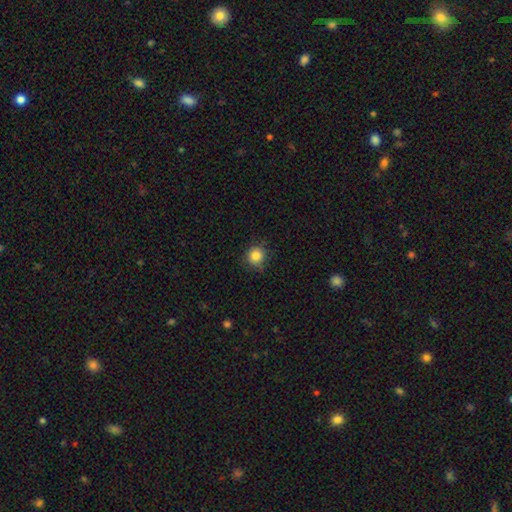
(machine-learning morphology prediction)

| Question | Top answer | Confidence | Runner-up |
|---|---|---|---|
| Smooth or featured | smooth | 84% | star or artifact (11%) |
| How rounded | round | 91% | in between (8%) |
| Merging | none | 79% | minor disturbance (16%) |